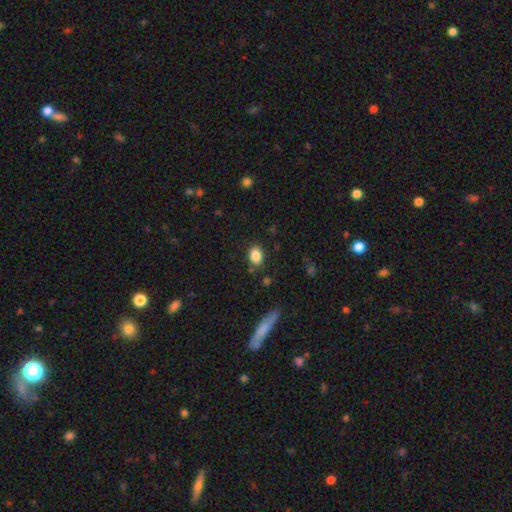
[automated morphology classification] type=smooth (86%); roundness=in between (69%); merging=none (83%).